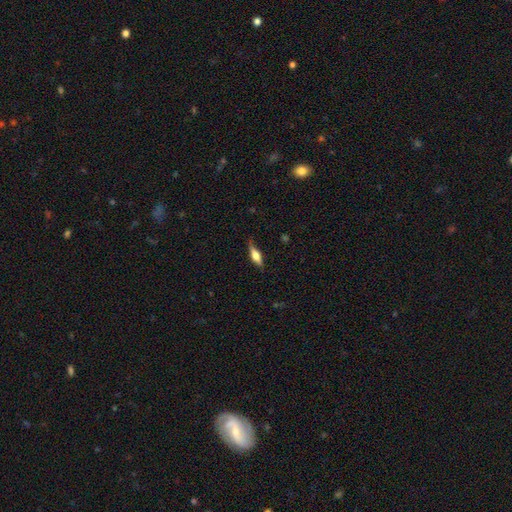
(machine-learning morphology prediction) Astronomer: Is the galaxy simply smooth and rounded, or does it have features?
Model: smooth — 47% (runner-up: featured or disk, 46%).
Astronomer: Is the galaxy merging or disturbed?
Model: none — 75%.